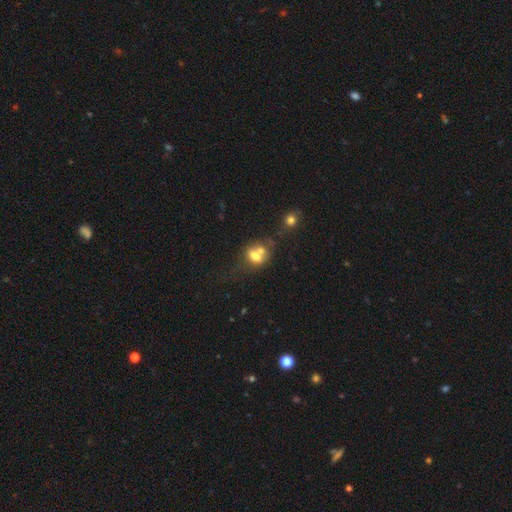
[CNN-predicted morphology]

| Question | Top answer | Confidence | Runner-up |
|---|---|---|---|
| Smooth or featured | smooth | 65% | featured or disk (23%) |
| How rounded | in between | 57% | round (41%) |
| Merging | merger | 54% | none (29%) |